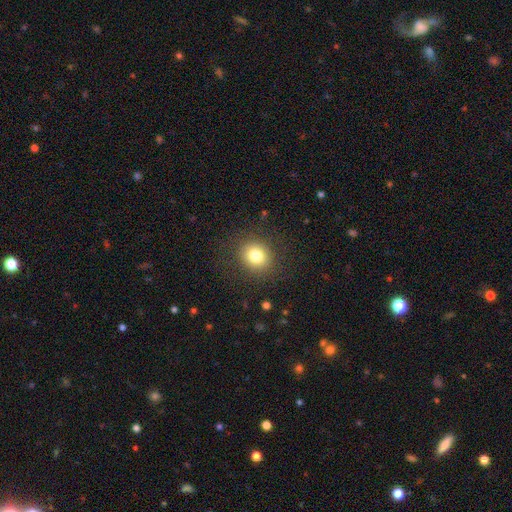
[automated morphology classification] The model was most divided on "how rounded": round: 76%, in between: 23%, cigar-shaped: 1%. More confident: merging — none (87%); smooth or featured — smooth (81%).